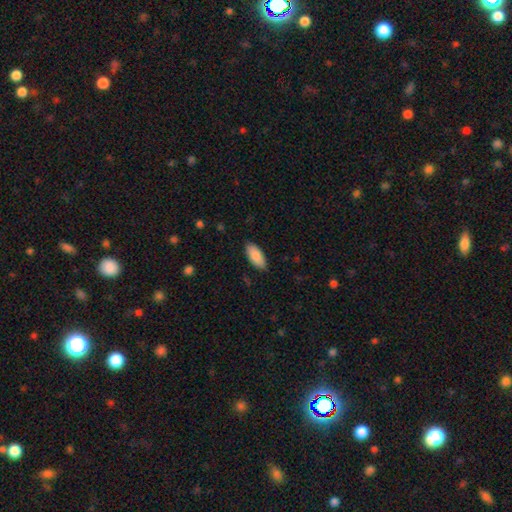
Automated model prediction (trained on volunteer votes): This appears to be a smooth galaxy with no disk features (88%) that is in between round and cigar-shaped (89%). Merging: none (86%).